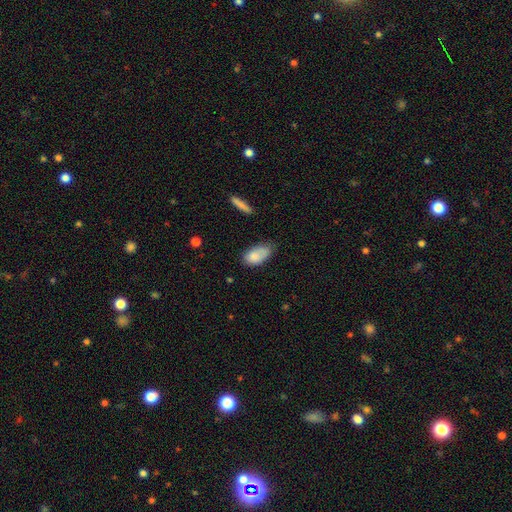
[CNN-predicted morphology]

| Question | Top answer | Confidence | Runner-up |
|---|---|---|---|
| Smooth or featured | smooth | 82% | featured or disk (11%) |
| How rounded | in between | 92% | round (4%) |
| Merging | none | 54% | minor disturbance (33%) |